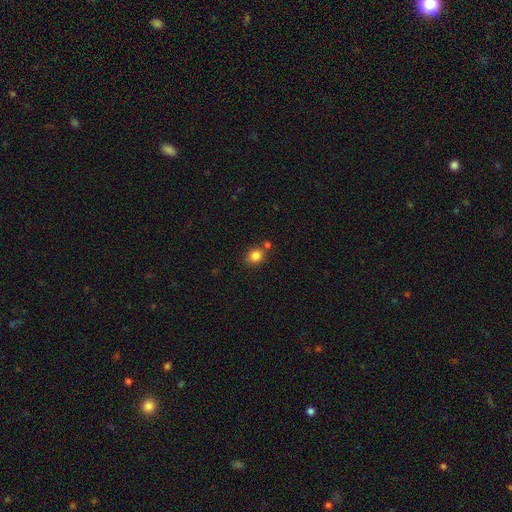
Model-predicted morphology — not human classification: A smooth galaxy with no disk features (84%) that is round (71%).

Vote fractions:
- Smooth or featured? smooth: 84% / star or artifact: 11% / featured or disk: 5%
- How rounded? round: 71% / in between: 28% / cigar-shaped: 1%
- Merging? none: 71% / merger: 14% / minor disturbance: 12% / major disturbance: 3%